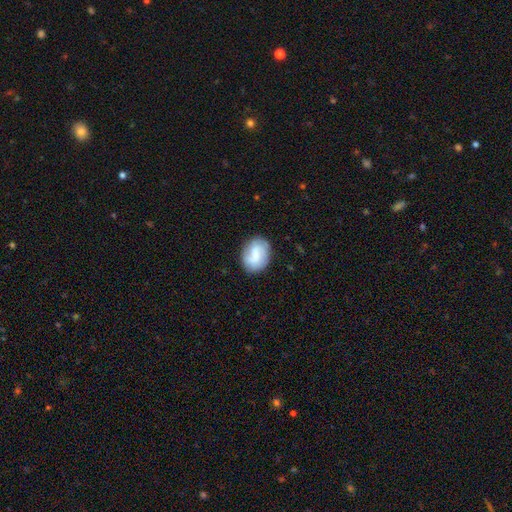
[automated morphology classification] The model was most divided on "smooth or featured": smooth: 64%, featured or disk: 29%, star or artifact: 7%. More confident: merging — none (77%); how rounded — in between (67%).